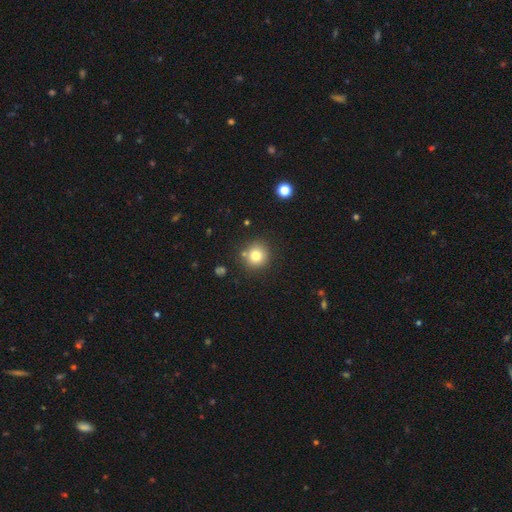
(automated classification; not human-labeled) Q: Smooth or featured?
A: smooth (79%); runner-up: star or artifact (12%)
Q: How rounded?
A: round (92%); runner-up: in between (7%)
Q: Merging?
A: none (82%); runner-up: minor disturbance (8%)